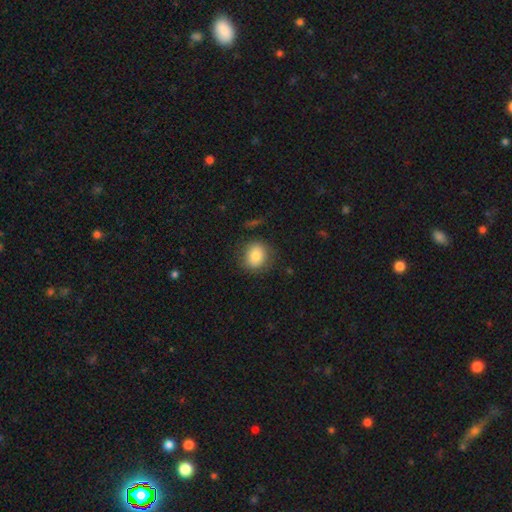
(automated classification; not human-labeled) A smooth galaxy with no disk features (82%) that is round (72%).

Vote fractions:
- Smooth or featured? smooth: 82% / featured or disk: 9% / star or artifact: 9%
- How rounded? round: 72% / in between: 27% / cigar-shaped: 1%
- Merging? none: 80% / minor disturbance: 14% / major disturbance: 5% / merger: 2%